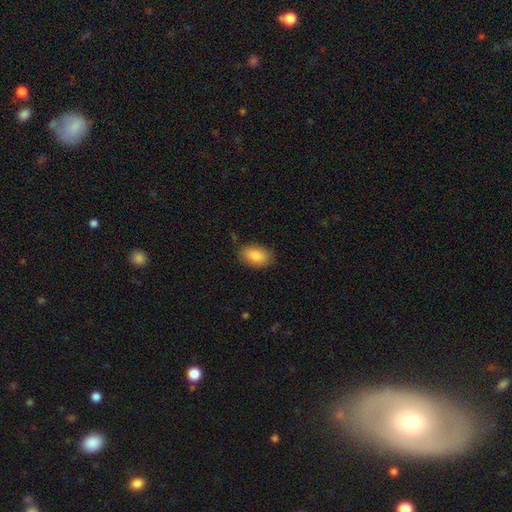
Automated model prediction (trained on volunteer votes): Smooth or featured: smooth — 86% (featured or disk — 7%)
How rounded: in between — 90% (round — 8%)
Merging: none — 84% (minor disturbance — 12%)